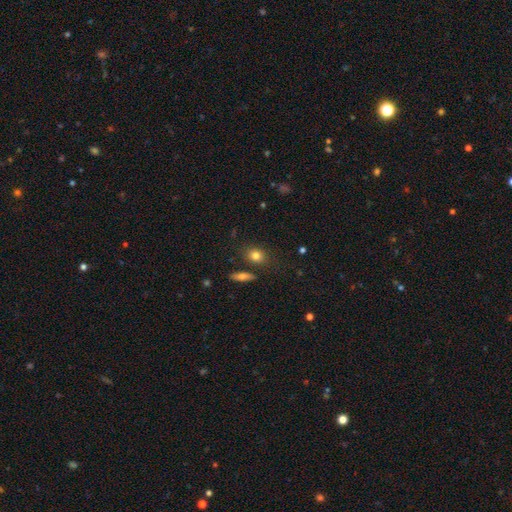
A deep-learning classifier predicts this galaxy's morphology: smooth_or_featured: smooth (p=0.80) [alt: star or artifact p=0.10]
how_rounded: in between (p=0.49) [alt: round p=0.48]
merging: none (p=0.78) [alt: minor disturbance p=0.12]